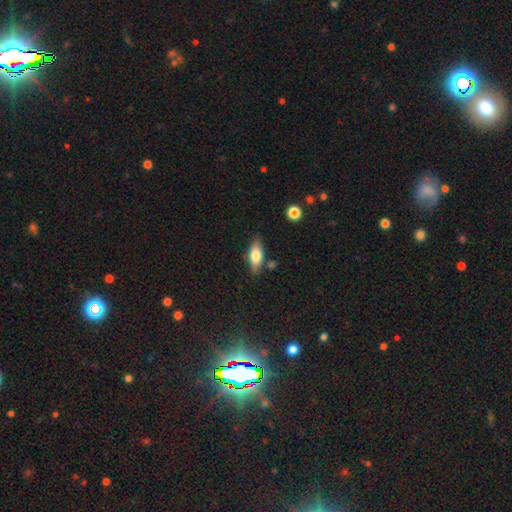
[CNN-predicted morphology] smooth_or_featured: smooth (p=0.68) [alt: featured or disk p=0.25]
how_rounded: in between (p=0.77) [alt: cigar-shaped p=0.19]
merging: none (p=0.78) [alt: minor disturbance p=0.15]